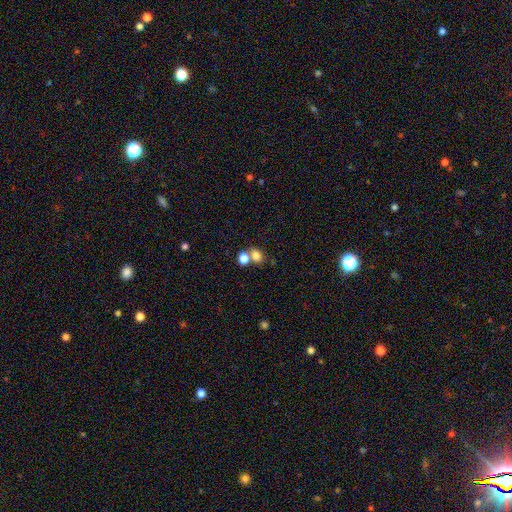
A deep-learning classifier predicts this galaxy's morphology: This appears to be a smooth galaxy with no disk features (79%) that is round (50%). Merging: none (46%).